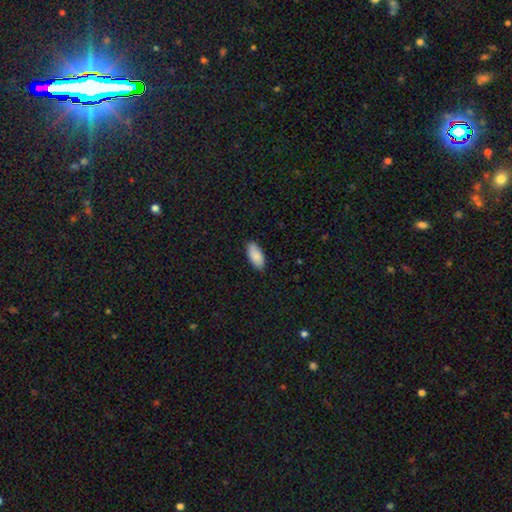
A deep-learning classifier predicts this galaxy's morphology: Smooth or featured? smooth (89%)
How rounded? in between (91%)
Merging? none (87%)